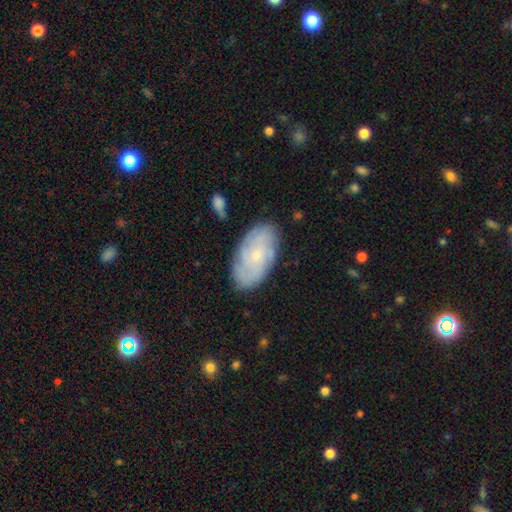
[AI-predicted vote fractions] Overall: featured or disk (59%; smooth 34%). Edge-on disk: no (94%). Bar: no (77%). Spiral arms: yes (86%). Bulge size: small (74%). Merging: none (81%).